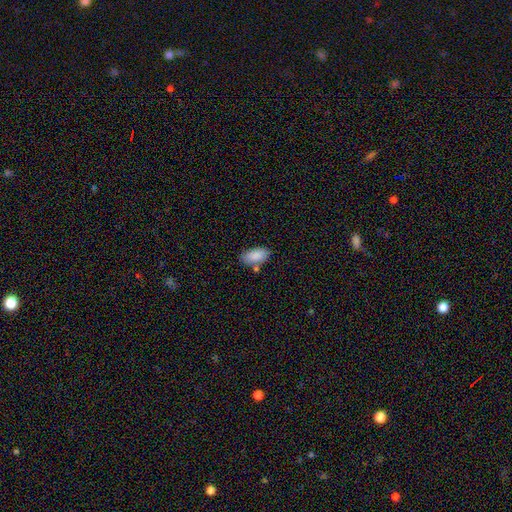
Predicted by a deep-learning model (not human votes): Smooth or featured?
  - smooth: 87% *
  - star or artifact: 7%
  - featured or disk: 6%
How rounded?
  - in between: 94% *
  - cigar-shaped: 4%
  - round: 3%
Merging?
  - none: 69% *
  - minor disturbance: 17%
  - merger: 10%
  - major disturbance: 4%